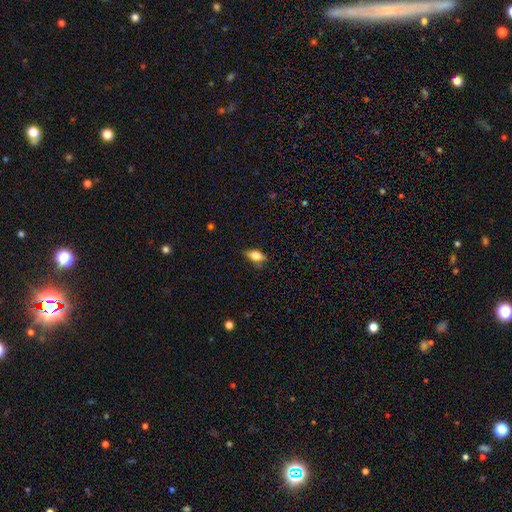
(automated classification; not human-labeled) Smooth or featured?
  - smooth: 74% *
  - featured or disk: 18%
  - star or artifact: 9%
How rounded?
  - in between: 84% *
  - cigar-shaped: 9%
  - round: 7%
Merging?
  - none: 77% *
  - minor disturbance: 18%
  - major disturbance: 4%
  - merger: 2%